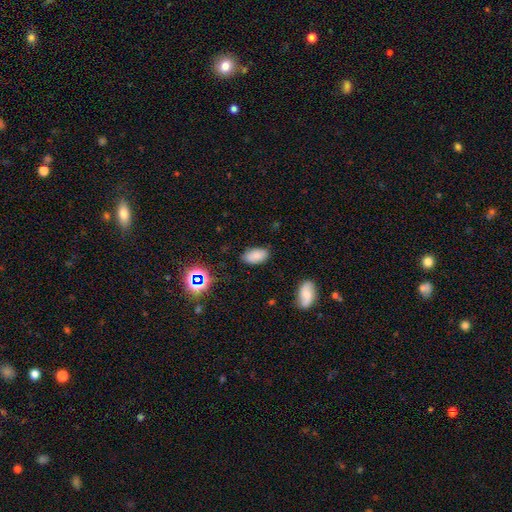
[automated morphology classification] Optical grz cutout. It shows a smooth galaxy with no disk features (80%) that is in between round and cigar-shaped (94%). Merging: none (81%).